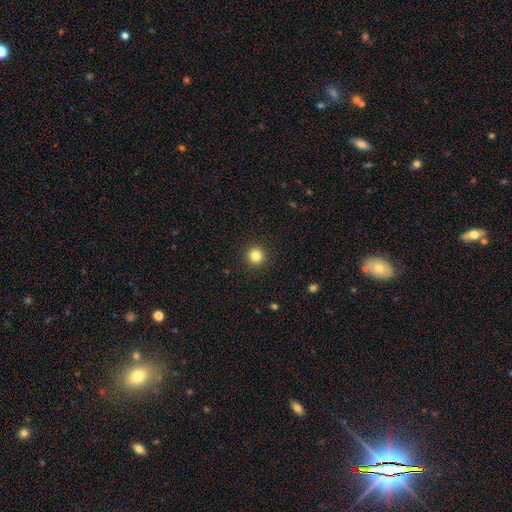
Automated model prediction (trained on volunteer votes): smooth_or_featured: smooth (p=0.83) [alt: star or artifact p=0.12]
how_rounded: round (p=0.96) [alt: in between p=0.03]
merging: none (p=0.93) [alt: minor disturbance p=0.05]